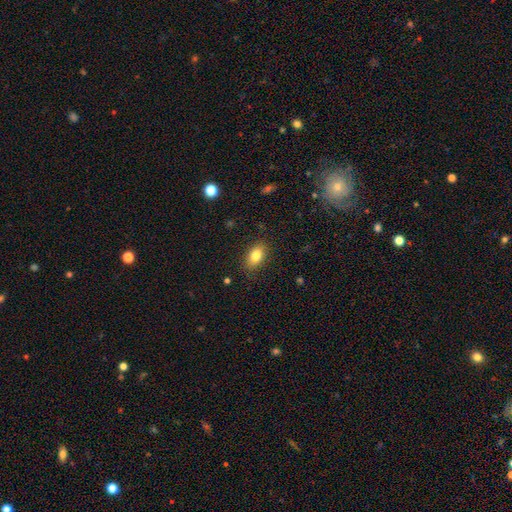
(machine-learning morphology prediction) A smooth galaxy with no disk features (82%) that is in between round and cigar-shaped (87%).

Vote fractions:
- Smooth or featured? smooth: 82% / featured or disk: 9% / star or artifact: 9%
- How rounded? in between: 87% / round: 9% / cigar-shaped: 4%
- Merging? none: 86% / minor disturbance: 11% / major disturbance: 3% / merger: 1%